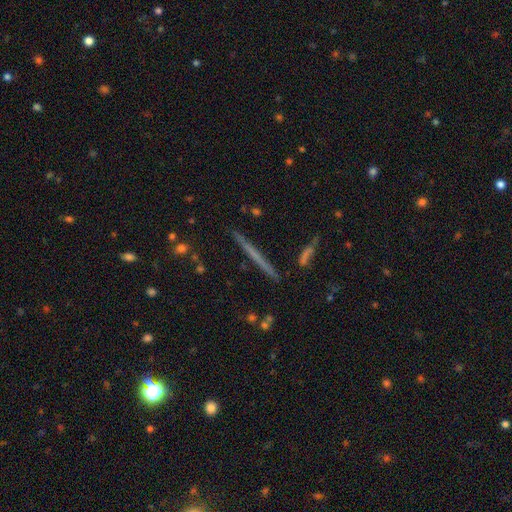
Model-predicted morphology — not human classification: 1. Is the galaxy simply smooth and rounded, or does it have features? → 54% featured or disk, 38% smooth, 8% star or artifact.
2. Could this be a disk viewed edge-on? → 97% yes, 3% no.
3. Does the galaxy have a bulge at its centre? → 86% none, 10% rounded, 4% boxy.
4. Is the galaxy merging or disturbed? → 91% none, 6% minor disturbance, 2% merger, 1% major disturbance.